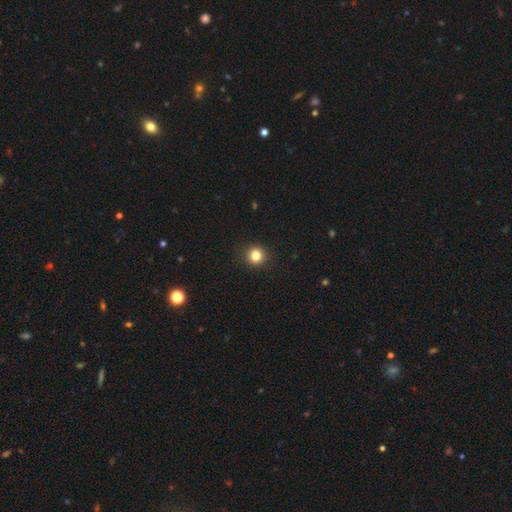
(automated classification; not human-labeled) Smooth or featured: smooth — 83% (star or artifact — 12%)
How rounded: round — 93% (in between — 6%)
Merging: none — 92% (minor disturbance — 5%)